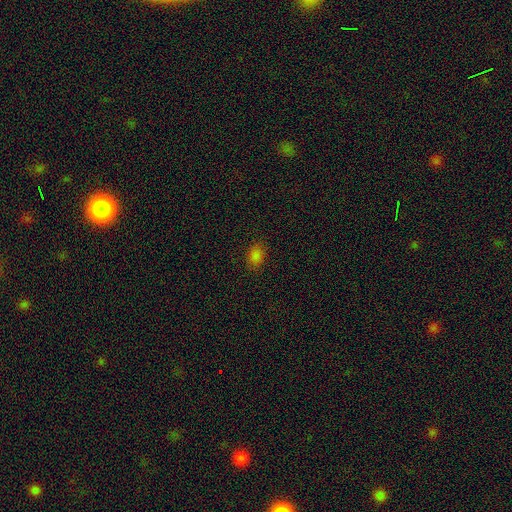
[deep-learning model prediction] Smooth or featured: smooth — 82% (star or artifact — 14%)
How rounded: in between — 78% (round — 21%)
Merging: none — 85% (minor disturbance — 12%)